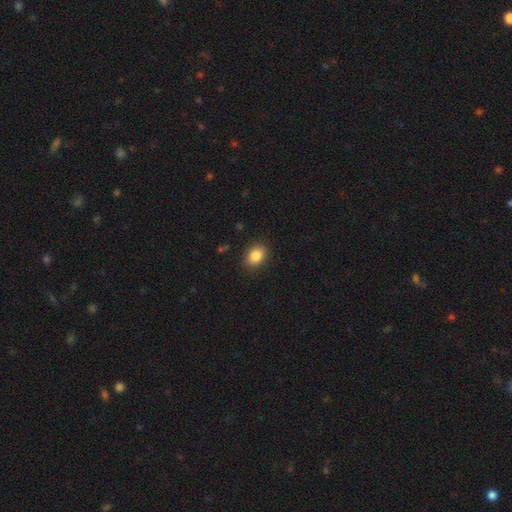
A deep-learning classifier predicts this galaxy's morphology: A smooth galaxy with no disk features (86%) that is in between round and cigar-shaped (65%). Merging: none (88%).